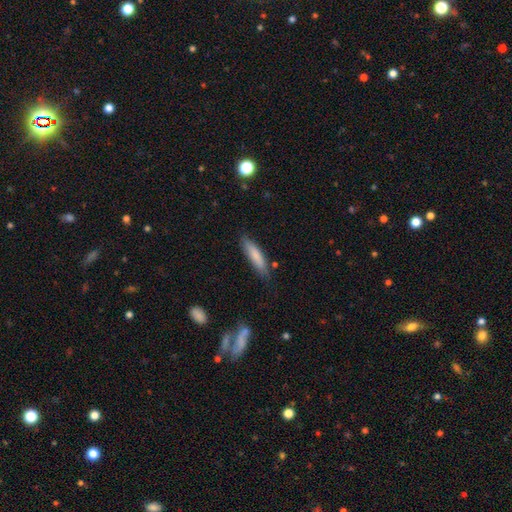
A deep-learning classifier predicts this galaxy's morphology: Smooth or featured? Predicted: smooth (p=0.80). How rounded? Predicted: cigar-shaped (p=0.75). Merging? Predicted: none (p=0.79).